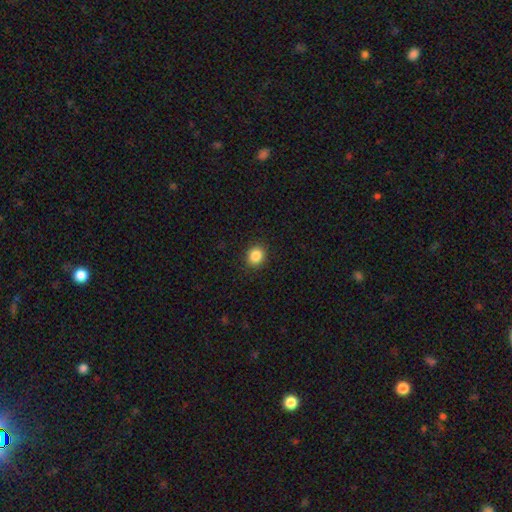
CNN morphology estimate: type=smooth (86%); roundness=round (75%); merging=none (90%).